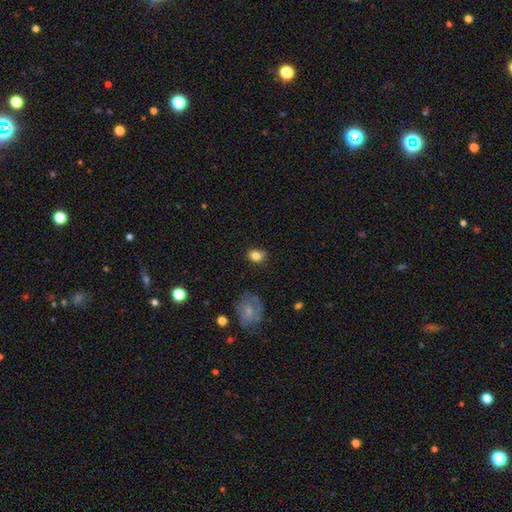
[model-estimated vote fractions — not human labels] Smooth or featured? Predicted: smooth (p=0.82). How rounded? Predicted: in between (p=0.64). Merging? Predicted: none (p=0.80).